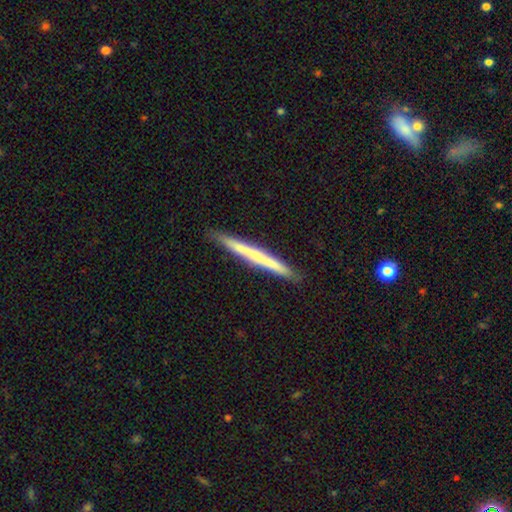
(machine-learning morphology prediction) Overall: smooth (51%; featured or disk 42%). How rounded: cigar-shaped (97%). Merging: none (91%).